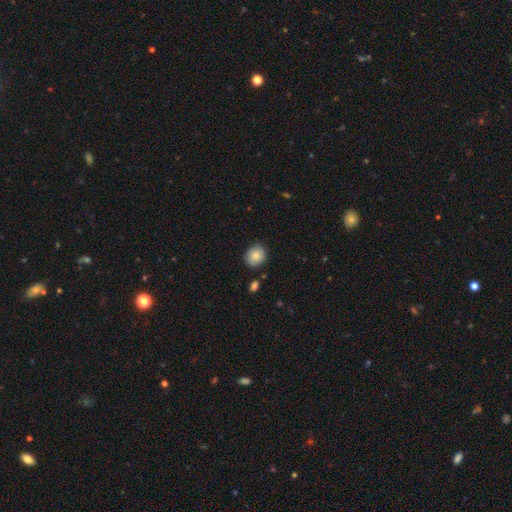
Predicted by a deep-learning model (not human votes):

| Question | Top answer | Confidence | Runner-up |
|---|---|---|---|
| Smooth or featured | smooth | 87% | star or artifact (8%) |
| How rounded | round | 68% | in between (32%) |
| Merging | none | 84% | minor disturbance (11%) |